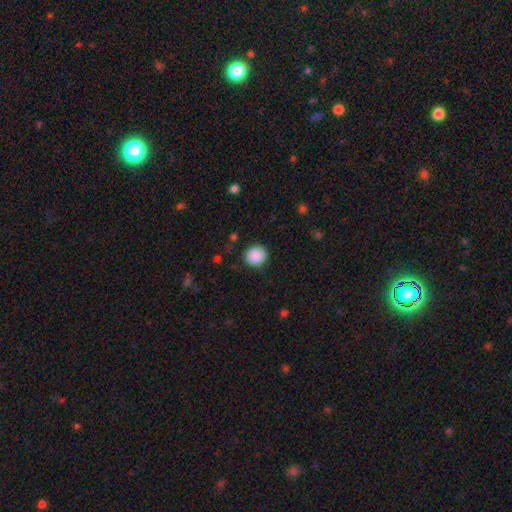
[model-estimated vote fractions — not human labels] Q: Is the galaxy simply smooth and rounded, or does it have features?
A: smooth — 90%.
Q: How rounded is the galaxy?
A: round — 88%.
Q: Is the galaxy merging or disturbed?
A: none — 90%.